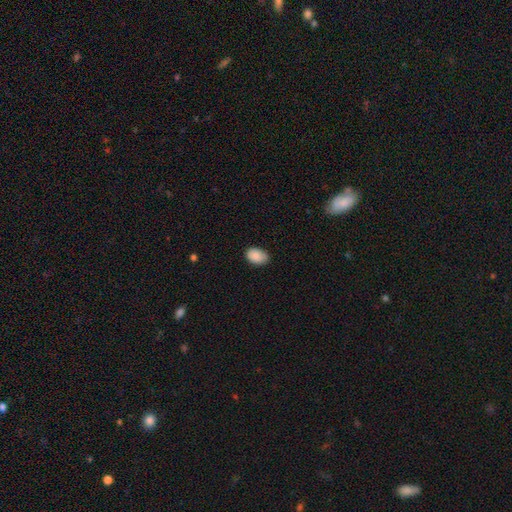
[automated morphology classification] A smooth galaxy with no disk features (89%) that is in between round and cigar-shaped (85%).

Vote fractions:
- Smooth or featured? smooth: 89% / star or artifact: 7% / featured or disk: 4%
- How rounded? in between: 85% / round: 14% / cigar-shaped: 1%
- Merging? none: 79% / minor disturbance: 17% / major disturbance: 2% / merger: 1%